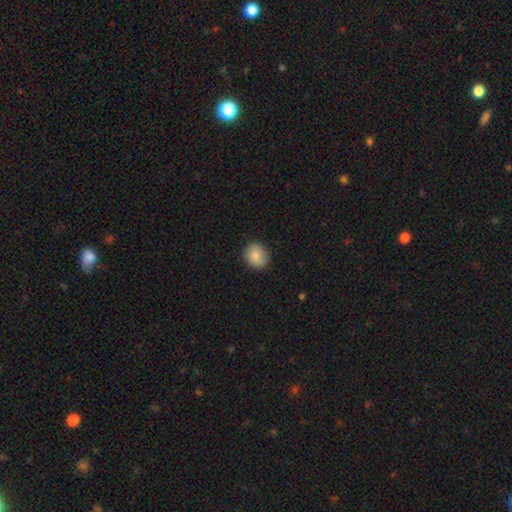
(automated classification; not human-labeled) This appears to be a smooth galaxy with no disk features (86%) that is round (83%). Merging: none (87%).